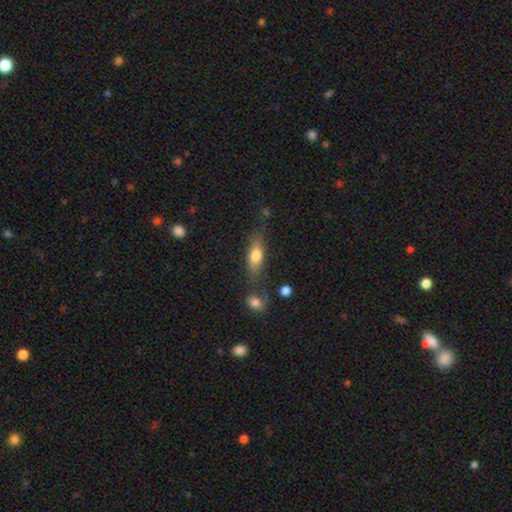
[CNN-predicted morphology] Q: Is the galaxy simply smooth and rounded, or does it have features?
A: smooth — 70%.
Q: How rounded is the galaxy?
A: in between — 64%.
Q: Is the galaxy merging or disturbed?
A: none — 59%.